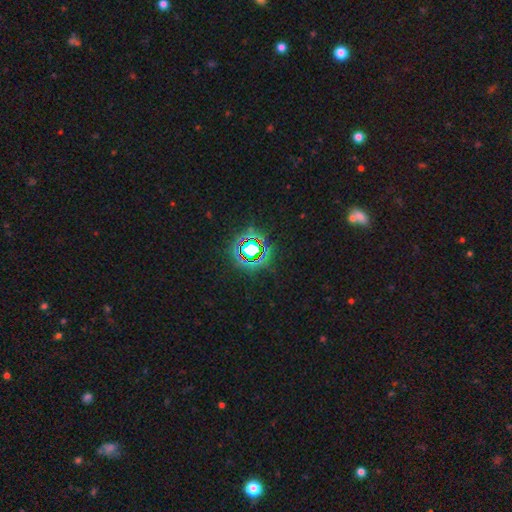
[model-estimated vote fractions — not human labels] The model was most divided on "smooth or featured": star or artifact: 73%, smooth: 17%, featured or disk: 10%.